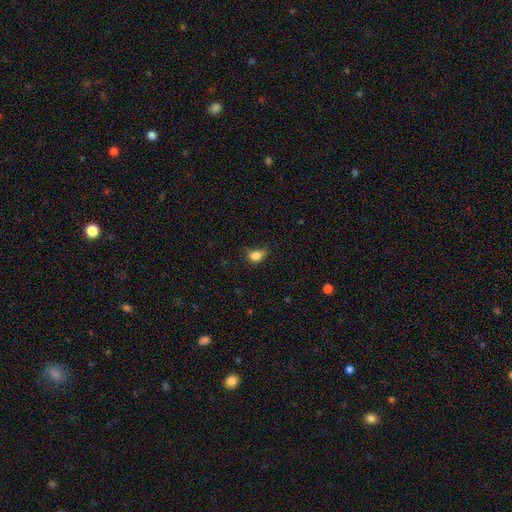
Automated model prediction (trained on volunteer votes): Smooth or featured: smooth — 82% (star or artifact — 11%)
How rounded: in between — 63% (round — 35%)
Merging: none — 46% (minor disturbance — 37%)